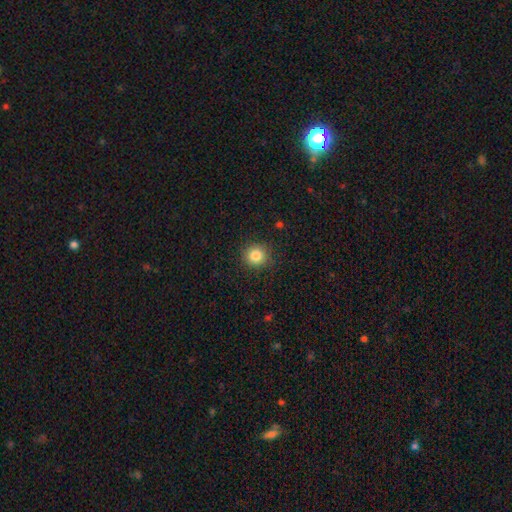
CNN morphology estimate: Overall: smooth (84%). How rounded: round (90%). Merging: none (89%).